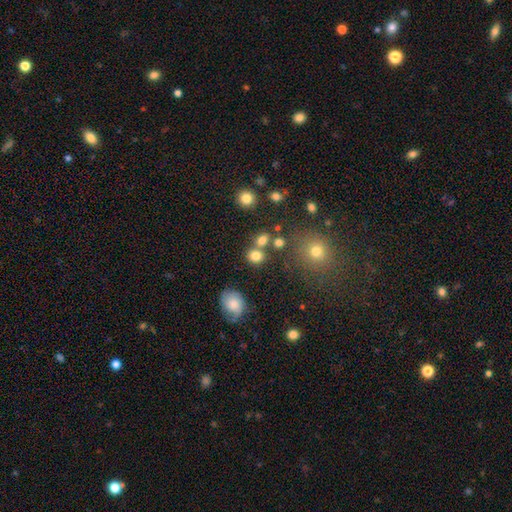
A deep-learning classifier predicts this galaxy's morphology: A smooth galaxy with no disk features (79%) that is round (74%). Merging: none (58%).